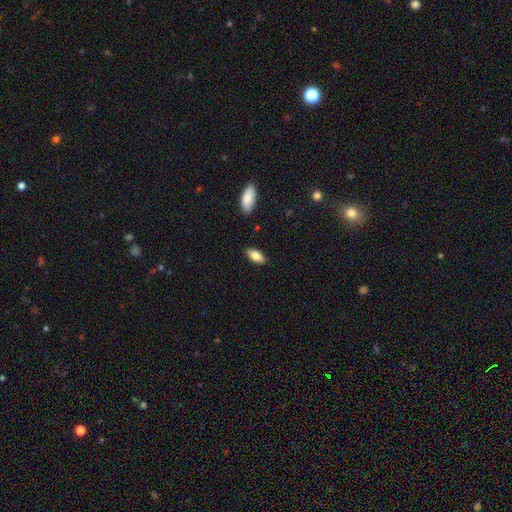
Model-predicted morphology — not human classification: Smooth or featured?
  - smooth: 80% *
  - featured or disk: 14%
  - star or artifact: 7%
How rounded?
  - in between: 86% *
  - cigar-shaped: 11%
  - round: 2%
Merging?
  - none: 87% *
  - minor disturbance: 9%
  - major disturbance: 2%
  - merger: 2%